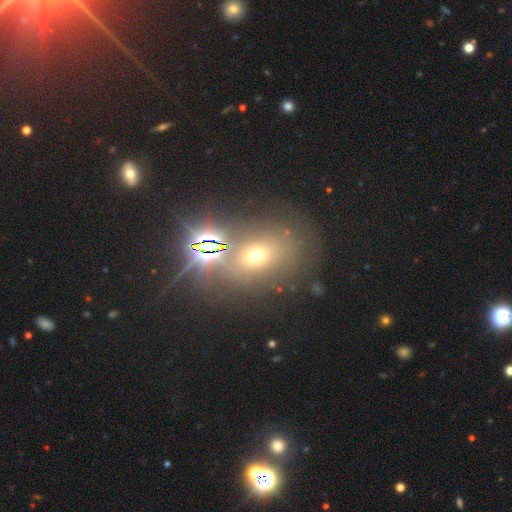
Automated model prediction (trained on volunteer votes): A smooth galaxy with no disk features (46%). Merging: none (72%).